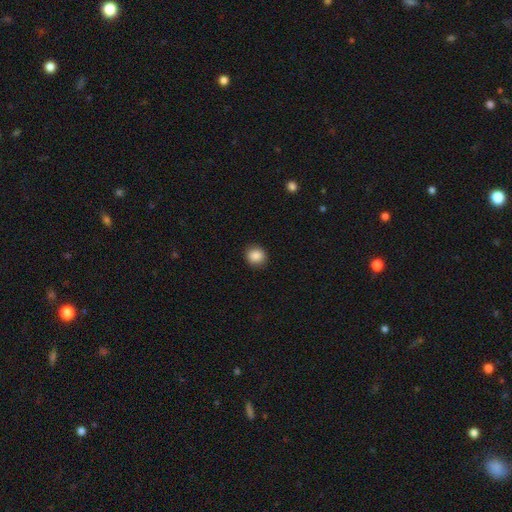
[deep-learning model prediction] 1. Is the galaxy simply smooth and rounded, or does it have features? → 88% smooth, 9% star or artifact, 4% featured or disk.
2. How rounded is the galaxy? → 84% round, 15% in between, 1% cigar-shaped.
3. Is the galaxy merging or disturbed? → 90% none, 7% minor disturbance, 2% major disturbance, 1% merger.